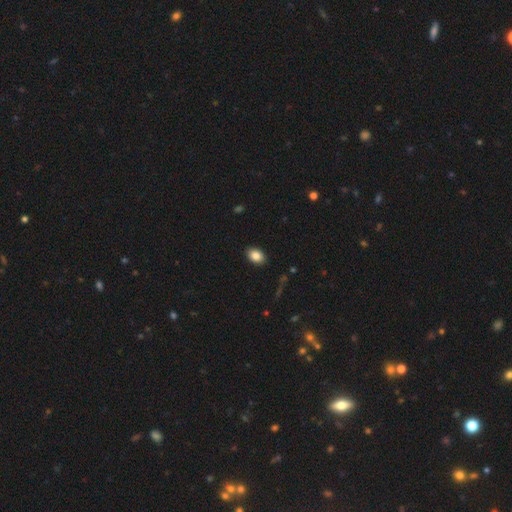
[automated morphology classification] A smooth galaxy with no disk features (86%) that is in between round and cigar-shaped (82%). Merging: none (89%).